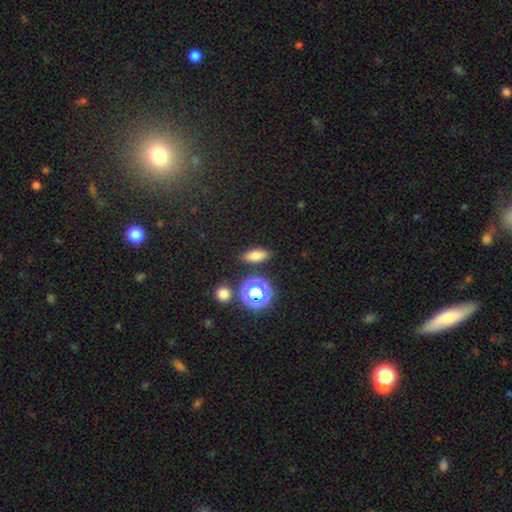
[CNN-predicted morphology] smooth-or-featured: smooth: 73% | star or artifact: 18% | featured or disk: 9%
  how-rounded: in between: 66% | cigar-shaped: 17% | round: 16%
  merging: none: 85% | minor disturbance: 9% | merger: 3% | major disturbance: 3%